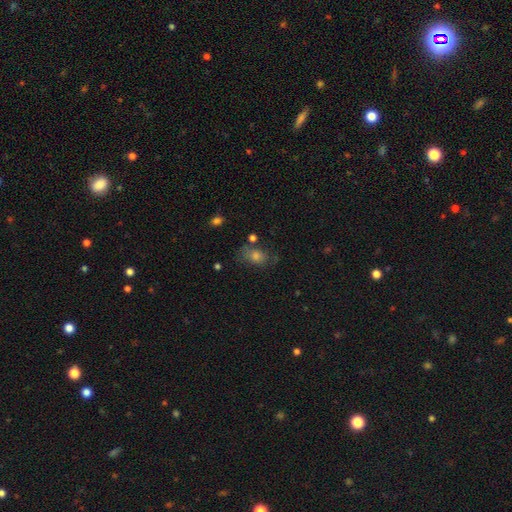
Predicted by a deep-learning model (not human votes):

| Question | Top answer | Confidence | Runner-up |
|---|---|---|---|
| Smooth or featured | smooth | 60% | star or artifact (21%) |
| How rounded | in between | 68% | round (30%) |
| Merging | none | 62% | minor disturbance (21%) |